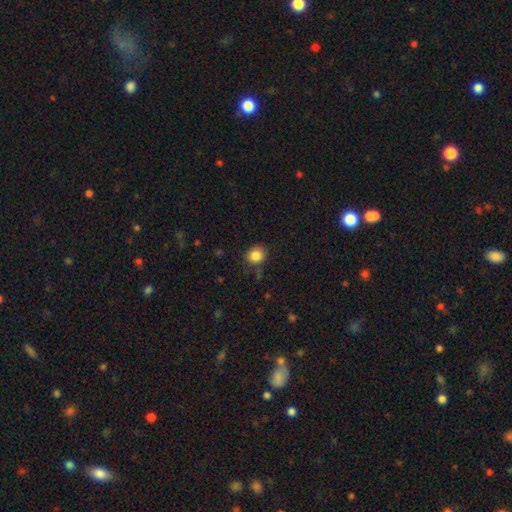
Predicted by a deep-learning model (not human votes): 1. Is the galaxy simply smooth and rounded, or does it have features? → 85% smooth, 10% star or artifact, 5% featured or disk.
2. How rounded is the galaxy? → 77% round, 22% in between, 1% cigar-shaped.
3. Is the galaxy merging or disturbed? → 81% none, 14% minor disturbance, 3% major disturbance, 2% merger.